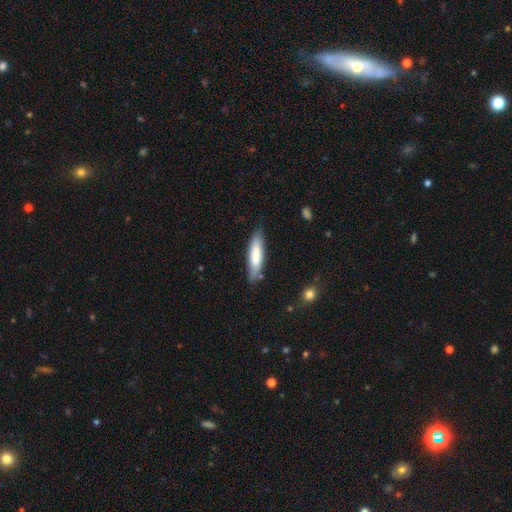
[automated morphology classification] This is likely a smooth galaxy (75%). How rounded: likely cigar-shaped (68%). Merging: likely none (76%).